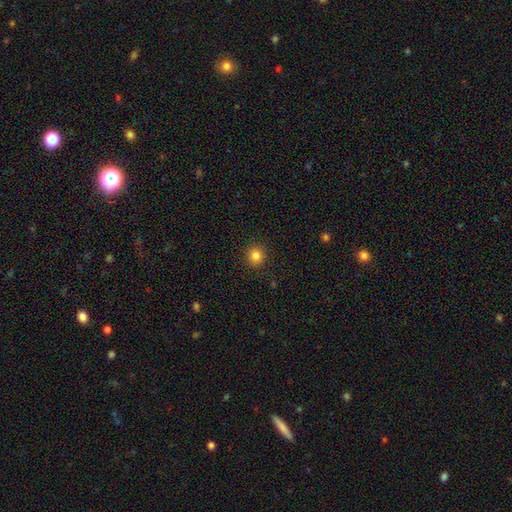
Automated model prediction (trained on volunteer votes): Overall: smooth (83%). How rounded: round (89%). Merging: none (91%).